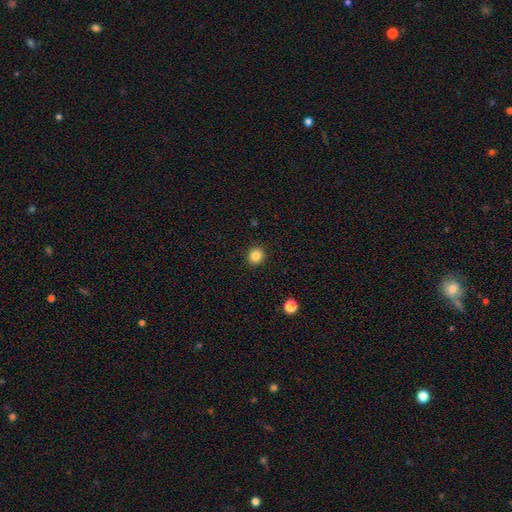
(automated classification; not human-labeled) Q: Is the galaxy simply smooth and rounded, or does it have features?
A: smooth — 84%.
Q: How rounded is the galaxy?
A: round — 89%.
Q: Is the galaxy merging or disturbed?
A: none — 92%.